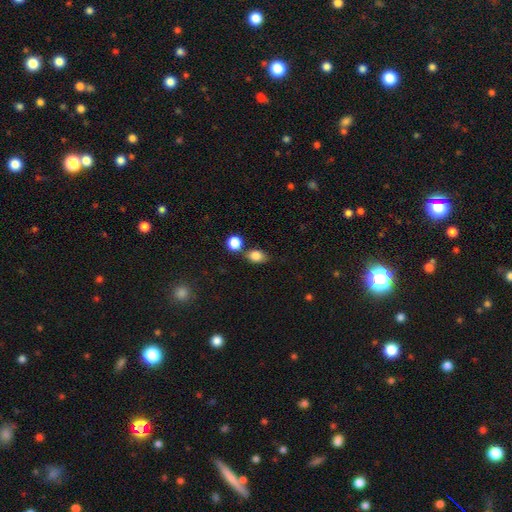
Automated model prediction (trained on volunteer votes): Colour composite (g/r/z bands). It shows a smooth galaxy with no disk features (83%) that is in between round and cigar-shaped (70%). Merging: none (63%).